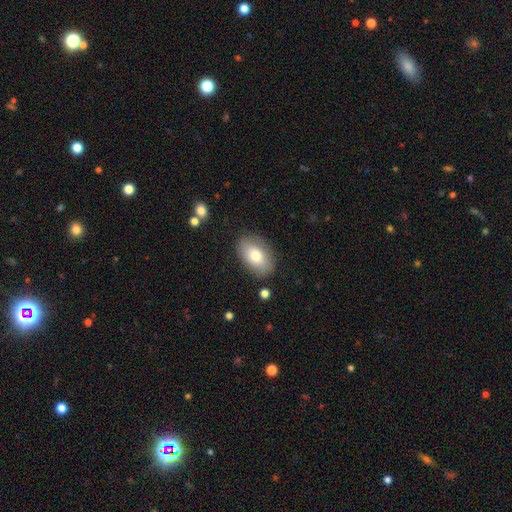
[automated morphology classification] smooth 73%, featured or disk 19%, star or artifact 7%. Down the decision tree: how rounded — in between (88%); merging — none (80%).